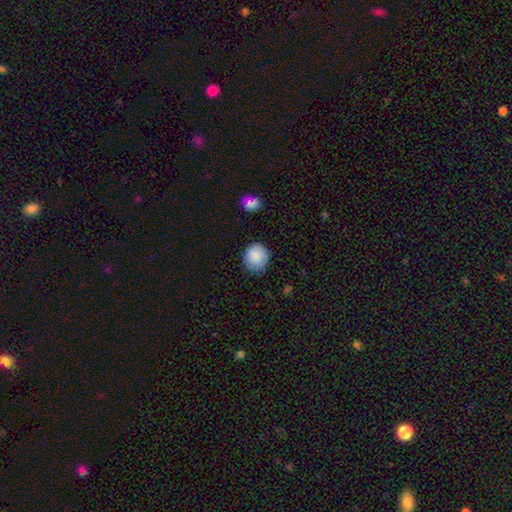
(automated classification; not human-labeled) Morphology: type=smooth (87%); roundness=round (82%); merging=none (79%).